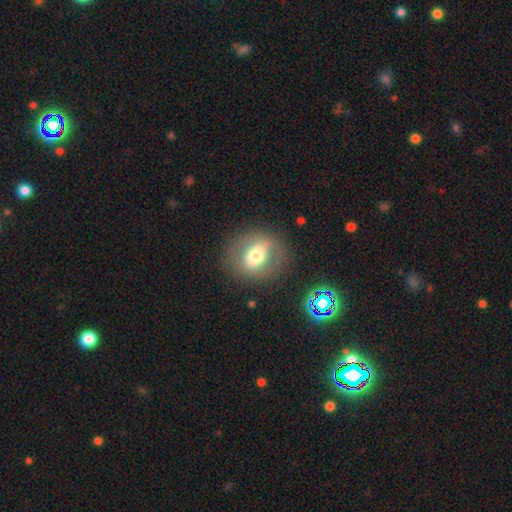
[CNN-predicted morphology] This appears to be a smooth galaxy with no disk features (55%) that is round (58%). Merging: none (78%).